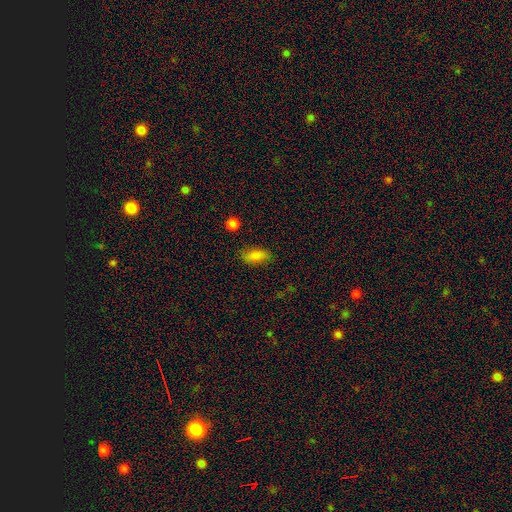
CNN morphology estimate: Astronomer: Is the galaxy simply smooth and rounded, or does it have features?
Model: smooth — 85%.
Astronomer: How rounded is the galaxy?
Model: in between — 88%.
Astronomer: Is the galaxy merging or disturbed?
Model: none — 81%.